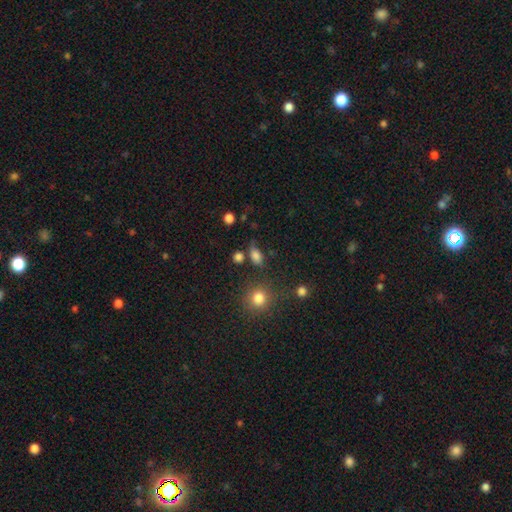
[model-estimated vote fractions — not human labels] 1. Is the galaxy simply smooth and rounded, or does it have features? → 81% smooth, 13% star or artifact, 7% featured or disk.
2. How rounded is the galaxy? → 78% in between, 18% round, 4% cigar-shaped.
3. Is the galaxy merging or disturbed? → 61% none, 21% minor disturbance, 9% merger, 9% major disturbance.